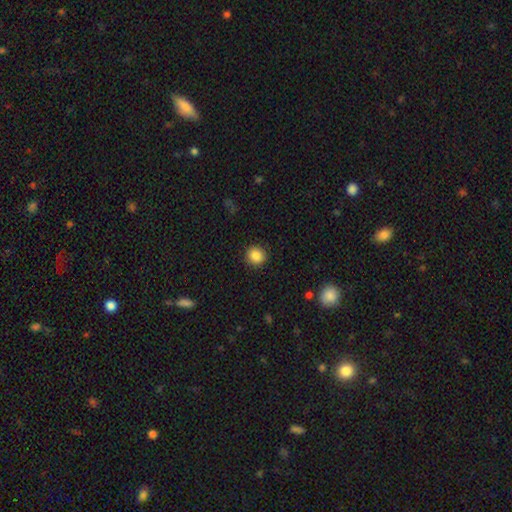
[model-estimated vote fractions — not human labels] A smooth galaxy with no disk features (86%) that is round (89%). Merging: none (91%).